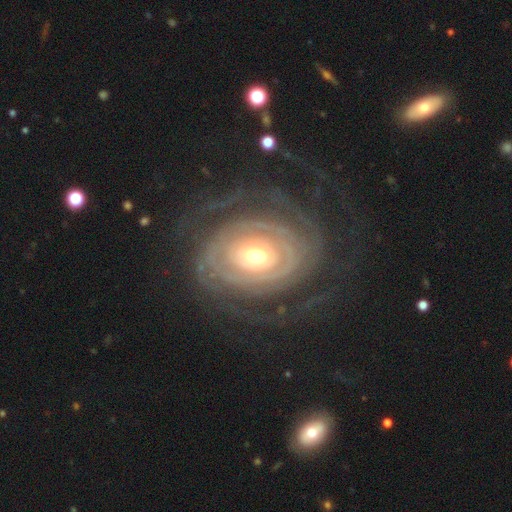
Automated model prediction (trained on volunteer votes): Morphology: type=featured or disk (86%); edge-on=no (96%); bar=no (77%); spiral arms=yes (84%); winding=tight (76%); arm count=can't tell (40%); bulge=moderate (61%); merging=none (67%).